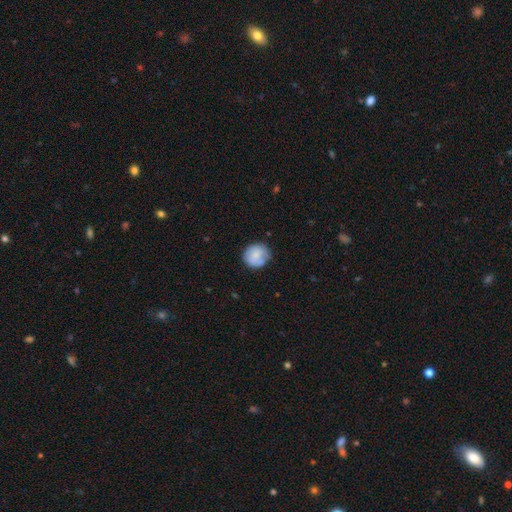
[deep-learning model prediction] This appears to be a smooth galaxy with no disk features (71%) that is round (85%). Merging: none (70%).